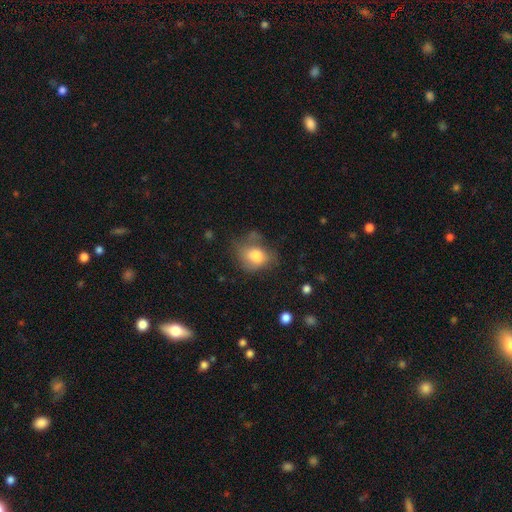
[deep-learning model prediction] Q: Smooth or featured?
A: smooth (71%); runner-up: featured or disk (20%)
Q: How rounded?
A: in between (57%); runner-up: round (41%)
Q: Merging?
A: none (42%); runner-up: minor disturbance (31%)